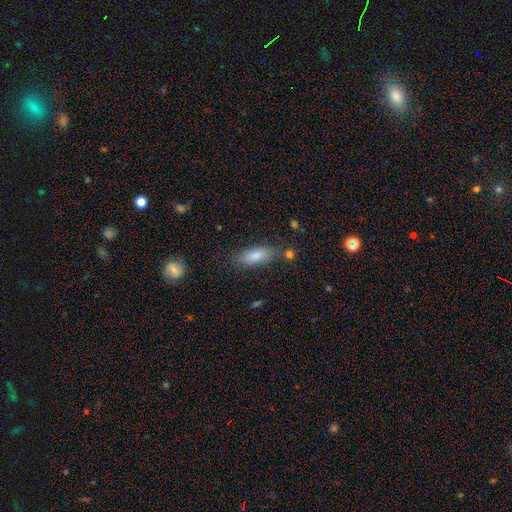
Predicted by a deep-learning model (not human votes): smooth 82%, featured or disk 11%, star or artifact 7%. Down the decision tree: how rounded — in between (69%); merging — none (77%).